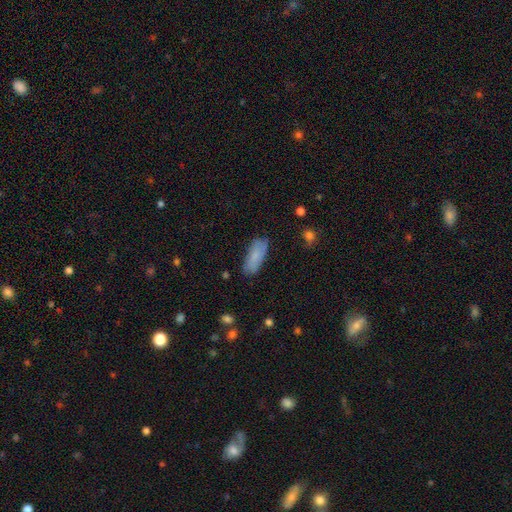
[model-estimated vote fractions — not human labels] The model was most divided on "how rounded": in between: 77%, cigar-shaped: 21%, round: 2%. More confident: smooth or featured — smooth (80%); merging — none (76%).